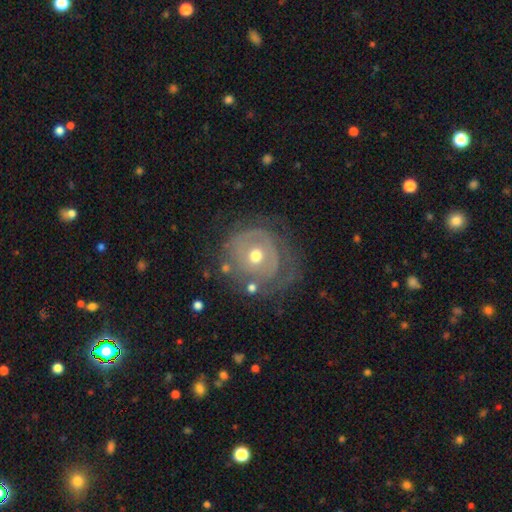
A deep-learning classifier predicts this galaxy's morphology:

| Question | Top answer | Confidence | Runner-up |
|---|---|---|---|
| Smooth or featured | featured or disk | 67% | smooth (25%) |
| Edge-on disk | no | 97% | yes (3%) |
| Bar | no | 82% | weak (14%) |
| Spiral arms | yes | 59% | no (41%) |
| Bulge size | moderate | 70% | small (23%) |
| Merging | none | 57% | minor disturbance (21%) |